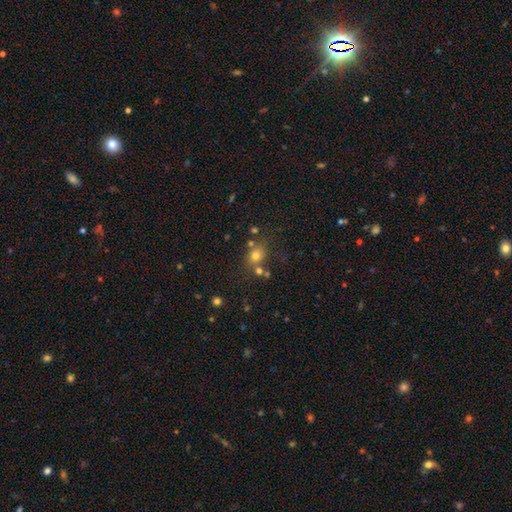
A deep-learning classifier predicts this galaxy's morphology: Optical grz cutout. It shows a smooth galaxy with no disk features (70%) that is round (63%). Merging: none (64%).